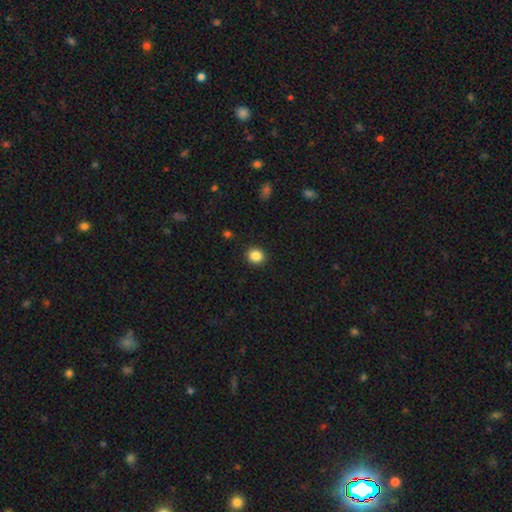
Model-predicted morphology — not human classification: smooth 87%, star or artifact 10%, featured or disk 3%. Down the decision tree: how rounded — round (79%); merging — none (91%).